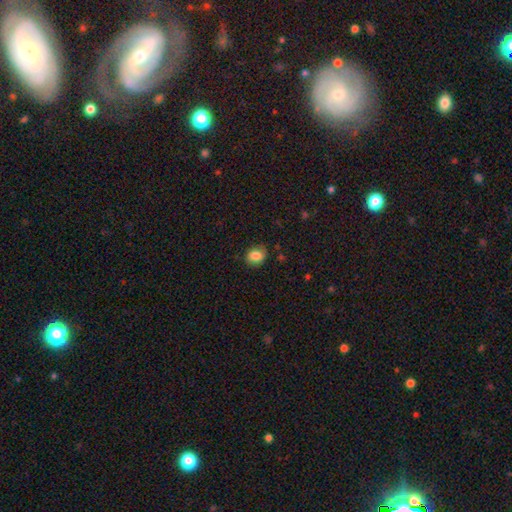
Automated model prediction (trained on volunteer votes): Q: Smooth or featured?
A: smooth (82%); runner-up: featured or disk (9%)
Q: How rounded?
A: round (62%); runner-up: in between (37%)
Q: Merging?
A: none (80%); runner-up: minor disturbance (15%)